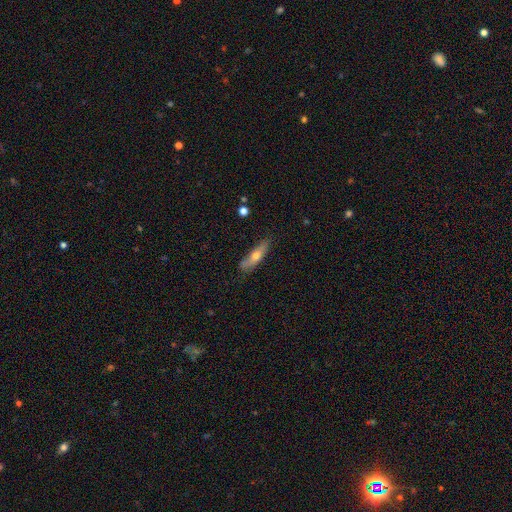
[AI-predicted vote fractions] Smooth or featured?
  - smooth: 57% *
  - featured or disk: 37%
  - star or artifact: 6%
How rounded?
  - cigar-shaped: 70% *
  - in between: 28%
  - round: 2%
Merging?
  - none: 75% *
  - minor disturbance: 20%
  - major disturbance: 4%
  - merger: 2%